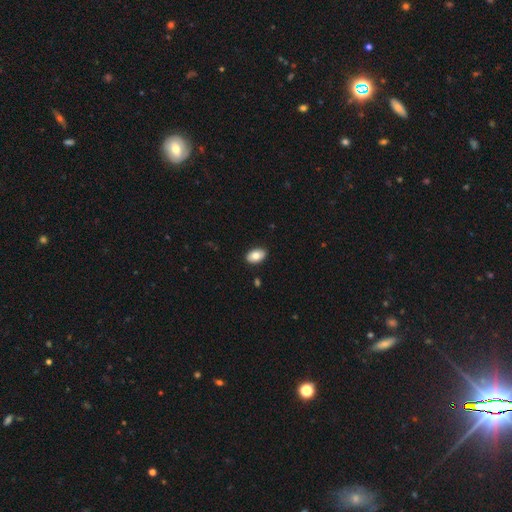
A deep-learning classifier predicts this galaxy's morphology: Smooth or featured? smooth (81%)
How rounded? in between (91%)
Merging? none (89%)